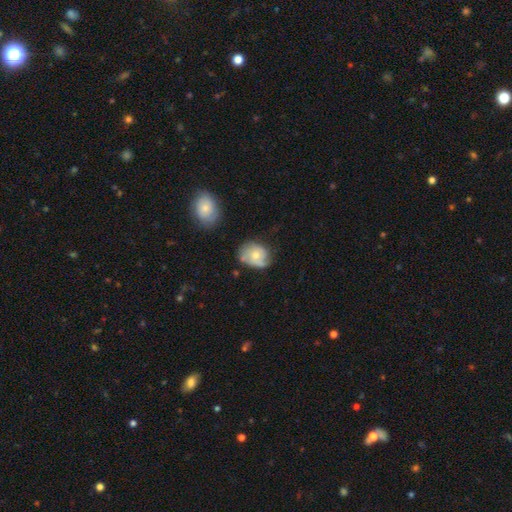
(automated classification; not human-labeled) A smooth galaxy with no disk features (53%) that is round (51%).

Vote fractions:
- Smooth or featured? smooth: 53% / featured or disk: 39% / star or artifact: 8%
- How rounded? round: 51% / in between: 48% / cigar-shaped: 1%
- Merging? none: 49% / minor disturbance: 32% / major disturbance: 14% / merger: 5%